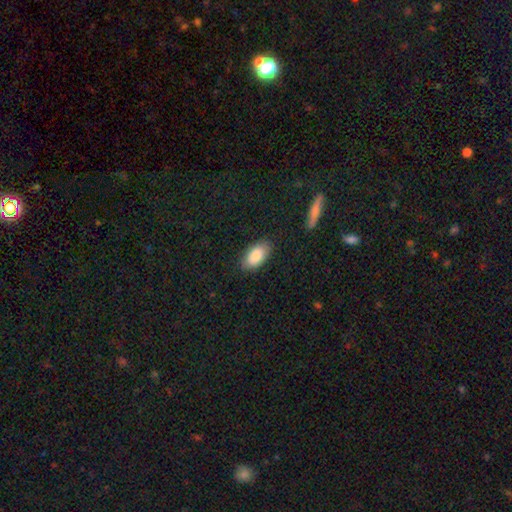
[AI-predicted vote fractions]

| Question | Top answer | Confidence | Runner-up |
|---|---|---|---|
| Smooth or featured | smooth | 87% | star or artifact (6%) |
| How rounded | in between | 94% | cigar-shaped (4%) |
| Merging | none | 86% | minor disturbance (11%) |